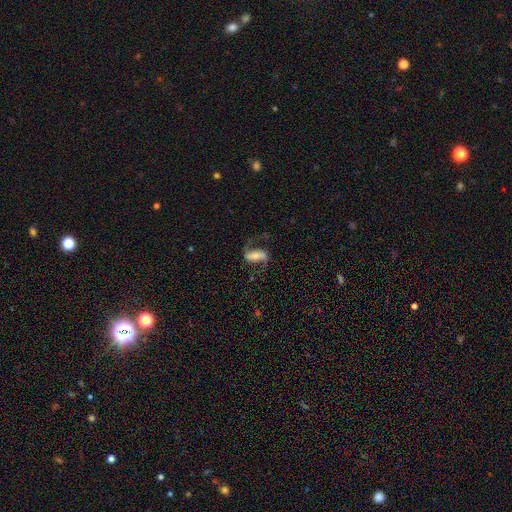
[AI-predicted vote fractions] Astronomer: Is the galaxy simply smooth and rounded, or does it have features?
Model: featured or disk — 76%.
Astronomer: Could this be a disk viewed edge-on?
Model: no — 94%.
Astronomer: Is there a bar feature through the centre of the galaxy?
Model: strong — 51% (runner-up: weak, 28%).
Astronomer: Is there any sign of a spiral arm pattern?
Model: yes — 93%.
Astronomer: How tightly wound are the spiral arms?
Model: loose — 57% (runner-up: medium, 34%).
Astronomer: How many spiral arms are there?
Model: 2 — 89%.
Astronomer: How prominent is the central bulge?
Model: small — 43% (runner-up: moderate, 37%).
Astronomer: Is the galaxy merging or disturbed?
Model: none — 66%.